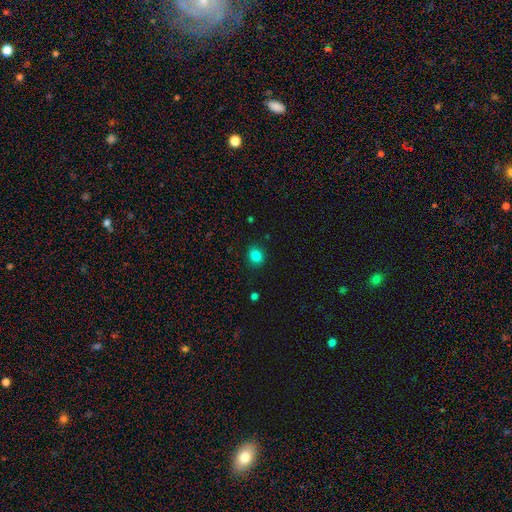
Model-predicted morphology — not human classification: A smooth galaxy with no disk features (84%) that is round (72%).

Vote fractions:
- Smooth or featured? smooth: 84% / star or artifact: 12% / featured or disk: 4%
- How rounded? round: 72% / in between: 27% / cigar-shaped: 1%
- Merging? none: 88% / minor disturbance: 8% / major disturbance: 2% / merger: 1%